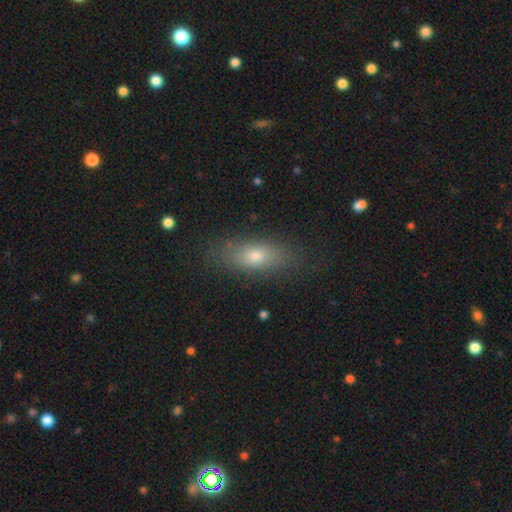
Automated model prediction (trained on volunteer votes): Morphology: type=smooth (72%); roundness=in between (72%); merging=none (81%).